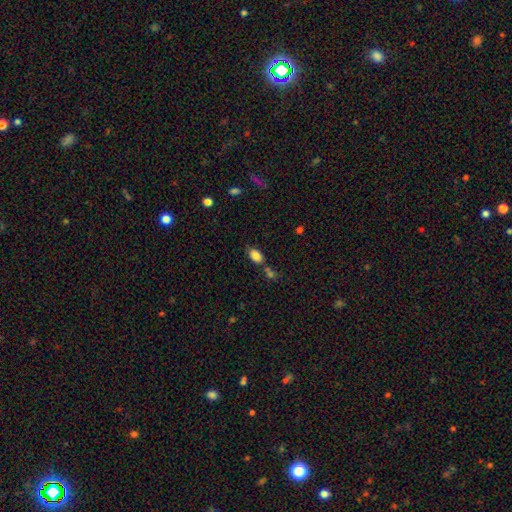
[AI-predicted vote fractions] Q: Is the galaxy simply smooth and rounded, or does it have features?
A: smooth — 84%.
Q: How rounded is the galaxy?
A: in between — 90%.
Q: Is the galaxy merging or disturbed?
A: none — 60%.